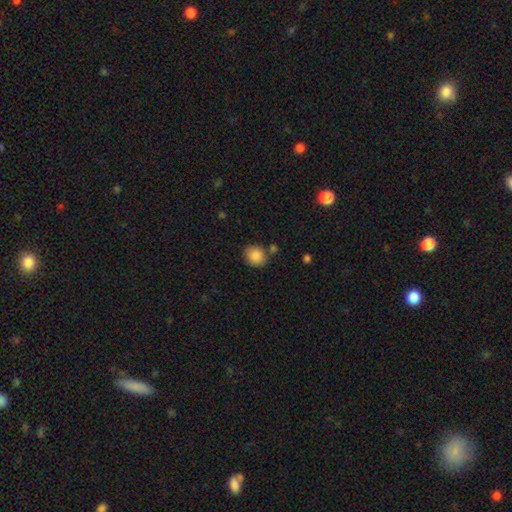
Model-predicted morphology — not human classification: smooth 87%, star or artifact 8%, featured or disk 5%. Down the decision tree: how rounded — round (67%); merging — none (76%).